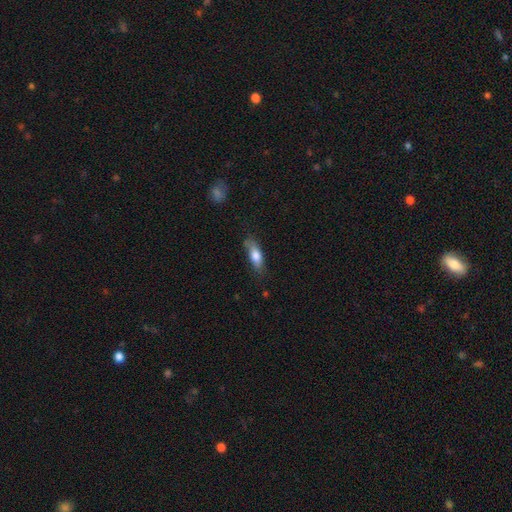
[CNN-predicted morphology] This appears to be a smooth galaxy with no disk features (75%) that is in between round and cigar-shaped (63%). Merging: none (67%).